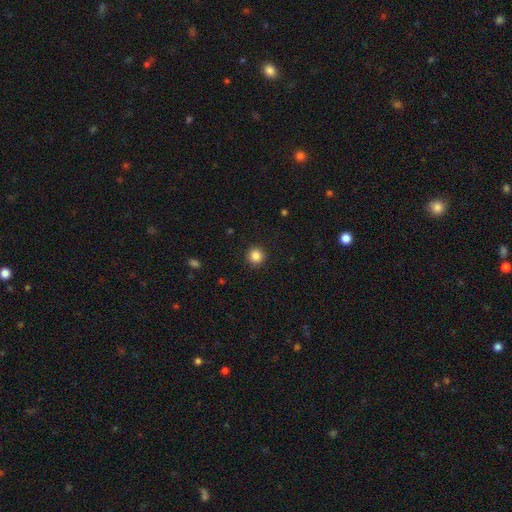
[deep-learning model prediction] Smooth or featured? smooth (86%)
How rounded? round (94%)
Merging? none (92%)